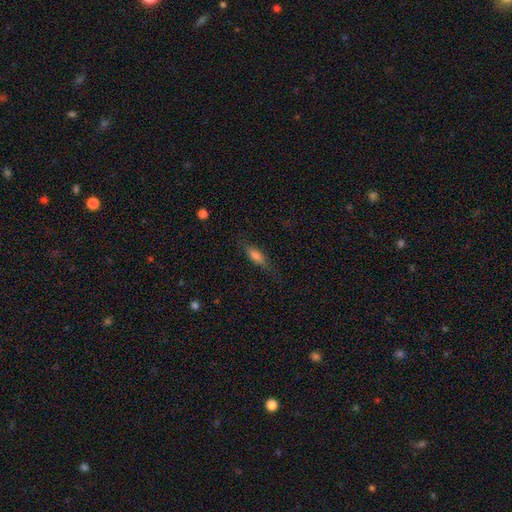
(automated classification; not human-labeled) The model was most divided on "how rounded": cigar-shaped: 50%, in between: 48%, round: 3%. More confident: merging — none (75%); smooth or featured — smooth (71%).